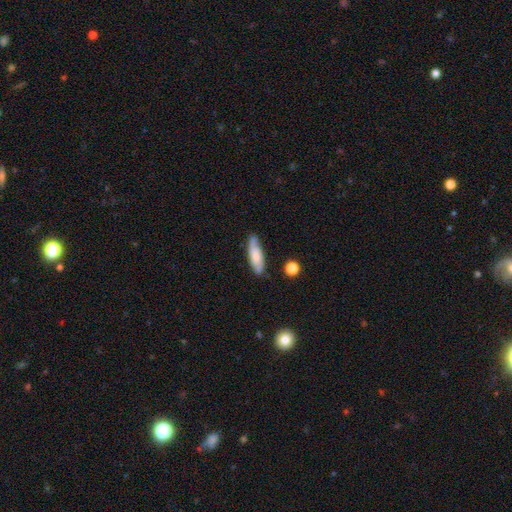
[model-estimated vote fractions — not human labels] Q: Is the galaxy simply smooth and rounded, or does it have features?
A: smooth — 60%.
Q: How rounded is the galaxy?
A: cigar-shaped — 53%.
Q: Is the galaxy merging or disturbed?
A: none — 76%.